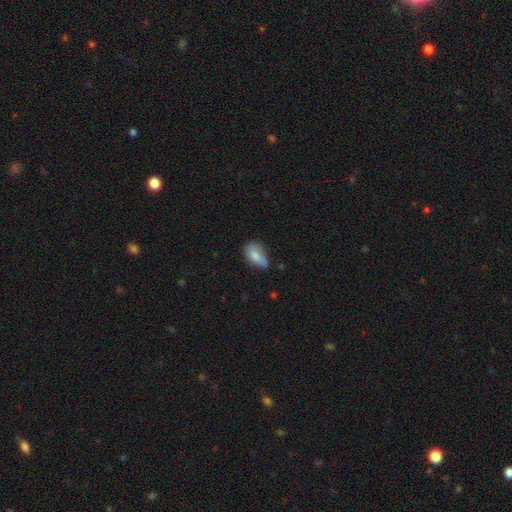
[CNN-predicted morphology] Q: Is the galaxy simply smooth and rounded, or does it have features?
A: smooth — 77%.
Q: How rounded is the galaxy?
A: in between — 90%.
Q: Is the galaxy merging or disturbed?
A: none — 44%.